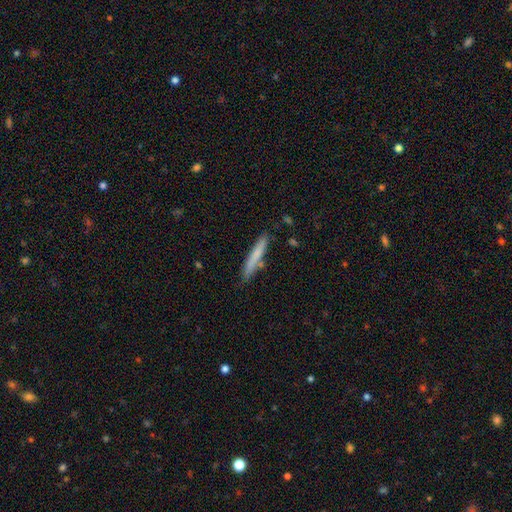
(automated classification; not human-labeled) A smooth galaxy with no disk features (71%) that is cigar-shaped (94%).

Vote fractions:
- Smooth or featured? smooth: 71% / featured or disk: 23% / star or artifact: 6%
- How rounded? cigar-shaped: 94% / in between: 4% / round: 1%
- Merging? none: 80% / minor disturbance: 13% / merger: 5% / major disturbance: 2%